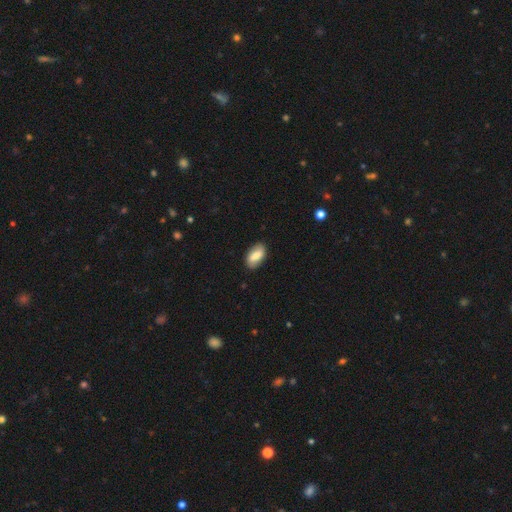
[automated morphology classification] smooth 74%, featured or disk 19%, star or artifact 7%. Down the decision tree: how rounded — in between (93%); merging — none (85%).